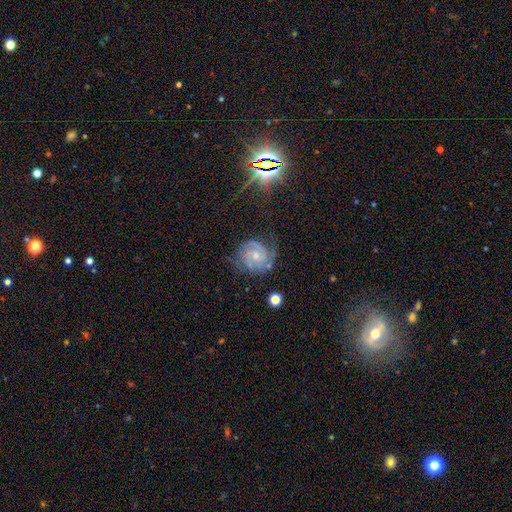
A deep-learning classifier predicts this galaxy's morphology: smooth_or_featured: featured or disk (p=0.86) [alt: smooth p=0.08]
disk_edge_on: no (p=0.98) [alt: yes p=0.02]
bar: no (p=0.55) [alt: weak p=0.39]
has_spiral_arms: yes (p=0.98) [alt: no p=0.02]
spiral_winding: tight (p=0.61) [alt: medium p=0.34]
spiral_arm_count: 2 (p=0.56) [alt: 3 p=0.20]
bulge_size: small (p=0.55) [alt: moderate p=0.36]
merging: none (p=0.70) [alt: minor disturbance p=0.20]